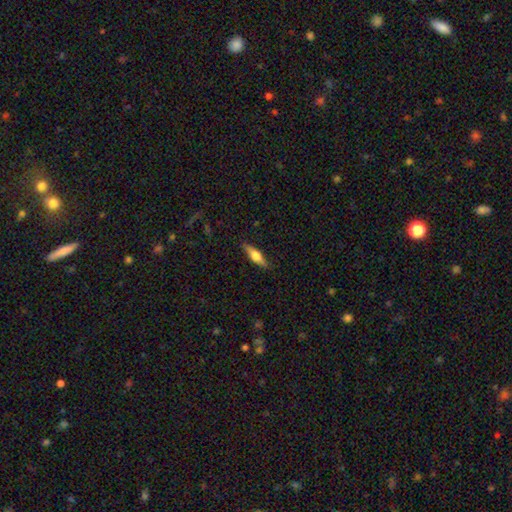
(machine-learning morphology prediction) A smooth galaxy with no disk features (54%) that is cigar-shaped (58%). Merging: none (86%).